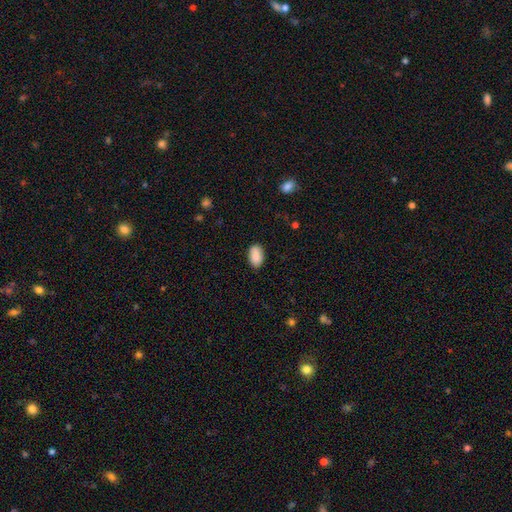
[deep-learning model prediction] Q: Smooth or featured?
A: smooth (90%); runner-up: star or artifact (7%)
Q: How rounded?
A: in between (93%); runner-up: round (5%)
Q: Merging?
A: none (87%); runner-up: minor disturbance (10%)